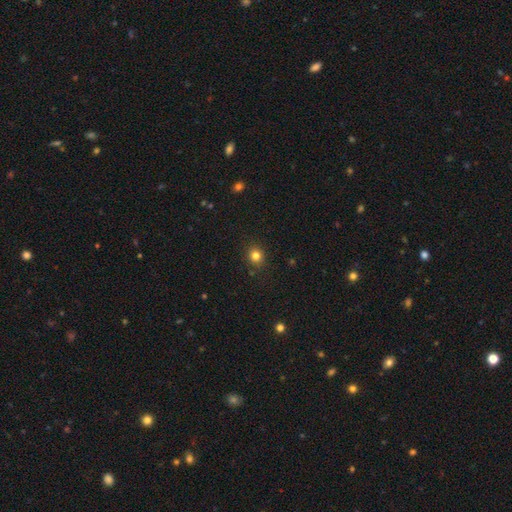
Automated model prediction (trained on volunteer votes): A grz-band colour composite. It shows a smooth galaxy with no disk features (81%) that is round (83%). Merging: none (88%).